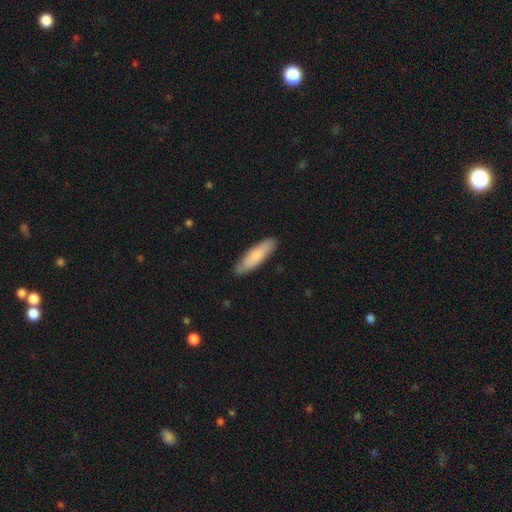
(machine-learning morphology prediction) A smooth galaxy with no disk features (78%) that is cigar-shaped (65%).

Vote fractions:
- Smooth or featured? smooth: 78% / featured or disk: 17% / star or artifact: 5%
- How rounded? cigar-shaped: 65% / in between: 34% / round: 1%
- Merging? none: 86% / minor disturbance: 11% / major disturbance: 2% / merger: 1%